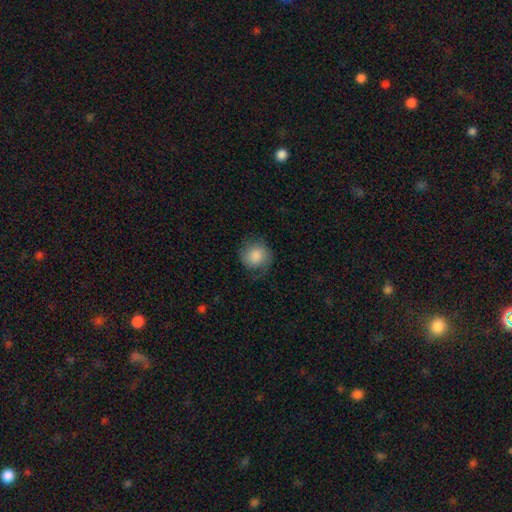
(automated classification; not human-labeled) Smooth or featured: smooth — 73% (featured or disk — 20%)
How rounded: round — 86% (in between — 13%)
Merging: none — 66% (minor disturbance — 21%)